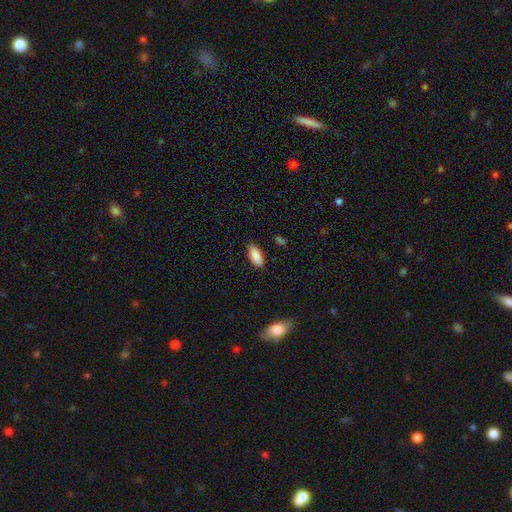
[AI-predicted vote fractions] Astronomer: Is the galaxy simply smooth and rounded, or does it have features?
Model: smooth — 88%.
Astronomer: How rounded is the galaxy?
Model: in between — 86%.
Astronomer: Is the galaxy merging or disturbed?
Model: none — 86%.